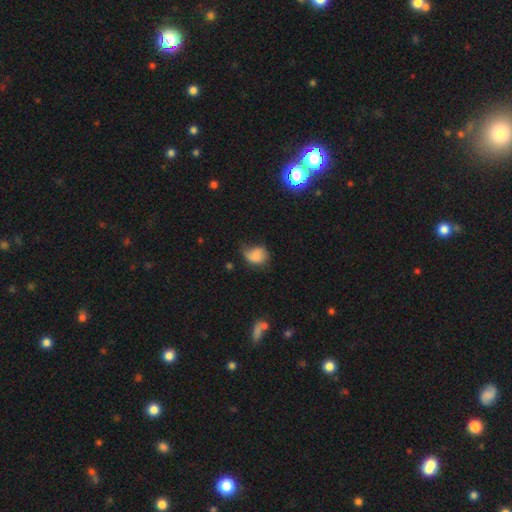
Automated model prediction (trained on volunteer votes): Smooth or featured? smooth (71%)
How rounded? round (51%)
Merging? minor disturbance (40%)